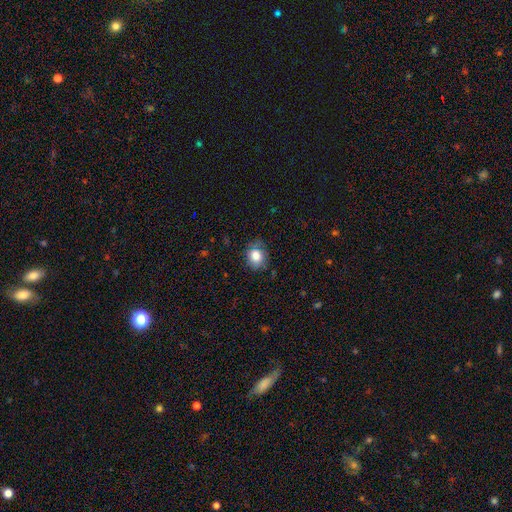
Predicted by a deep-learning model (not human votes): Smooth or featured? smooth (81%)
How rounded? round (64%)
Merging? none (74%)